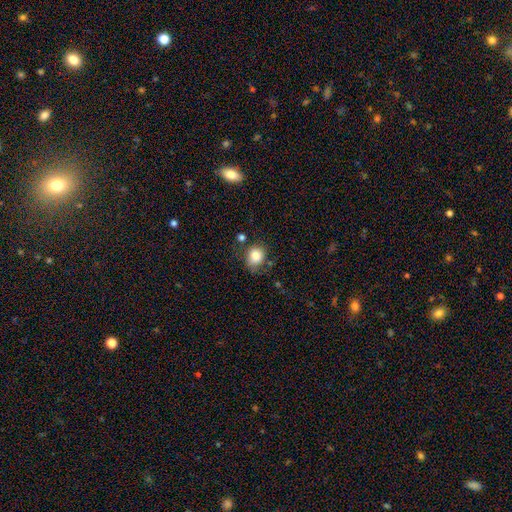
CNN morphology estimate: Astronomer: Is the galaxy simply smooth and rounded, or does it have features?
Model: smooth — 81%.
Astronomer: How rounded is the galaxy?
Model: round — 67%.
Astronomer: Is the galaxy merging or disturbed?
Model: none — 63%.